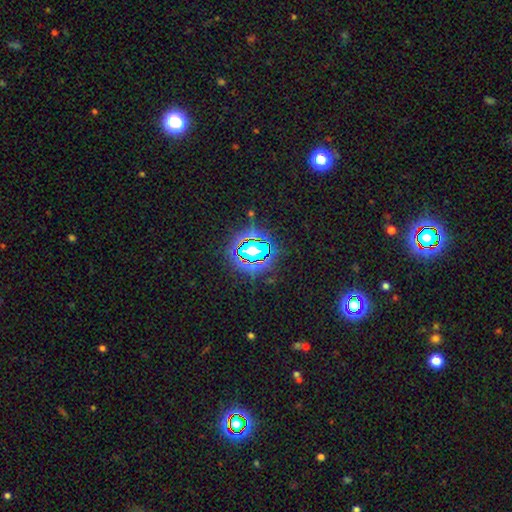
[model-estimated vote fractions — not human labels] Smooth or featured? Predicted: star or artifact (p=0.75).